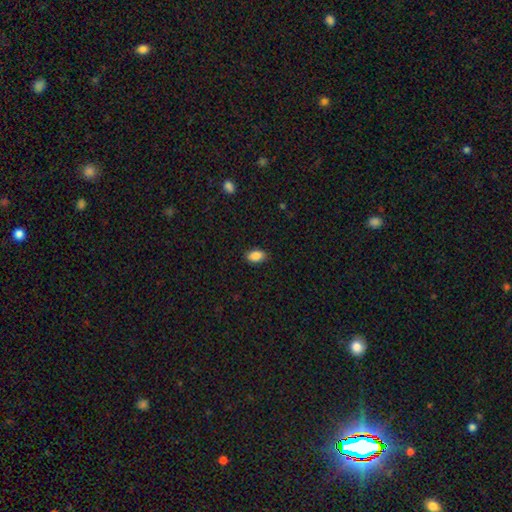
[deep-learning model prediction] This is clearly a smooth galaxy (88%). How rounded: clearly in between (90%). Merging: clearly none (87%).